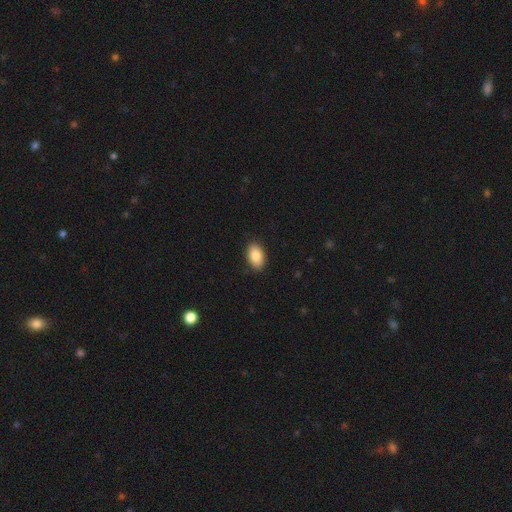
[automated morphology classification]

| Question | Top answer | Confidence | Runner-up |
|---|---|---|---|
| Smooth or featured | smooth | 88% | star or artifact (7%) |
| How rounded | in between | 93% | round (5%) |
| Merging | none | 89% | minor disturbance (8%) |